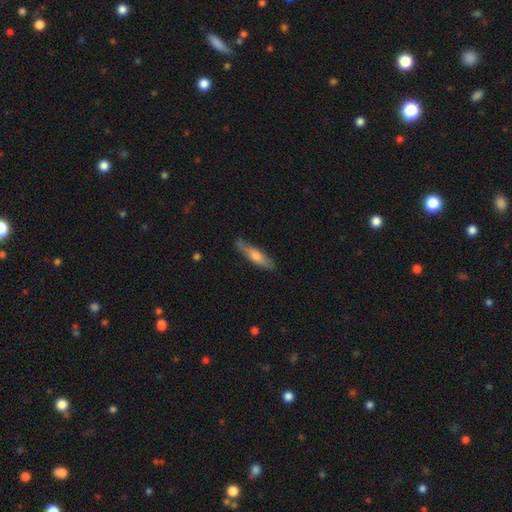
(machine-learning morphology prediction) The model was most divided on "smooth or featured" (2-way tie): featured or disk: 47%, smooth: 47%, star or artifact: 6%. More confident: merging — none (79%).